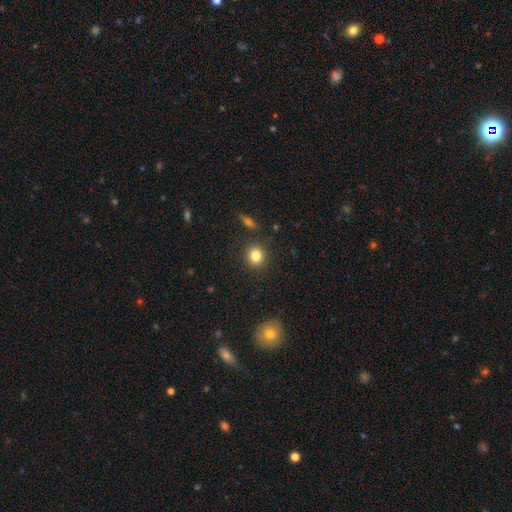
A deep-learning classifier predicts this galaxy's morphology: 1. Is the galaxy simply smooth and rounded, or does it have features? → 83% smooth, 11% star or artifact, 6% featured or disk.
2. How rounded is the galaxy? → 83% round, 16% in between, 1% cigar-shaped.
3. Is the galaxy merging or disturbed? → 88% none, 7% minor disturbance, 2% major disturbance, 2% merger.